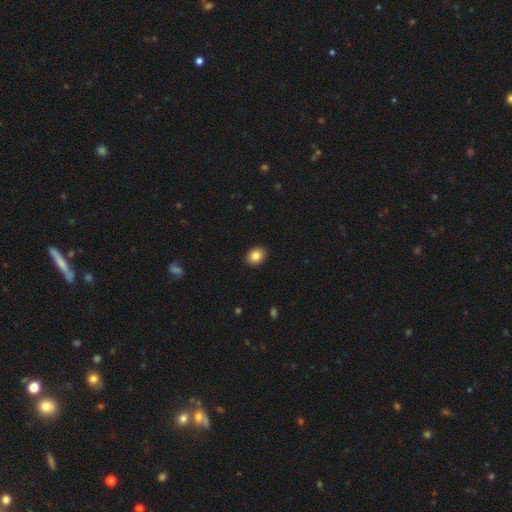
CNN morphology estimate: Smooth or featured: smooth — 85% (star or artifact — 9%)
How rounded: round — 54% (in between — 45%)
Merging: none — 91% (minor disturbance — 6%)